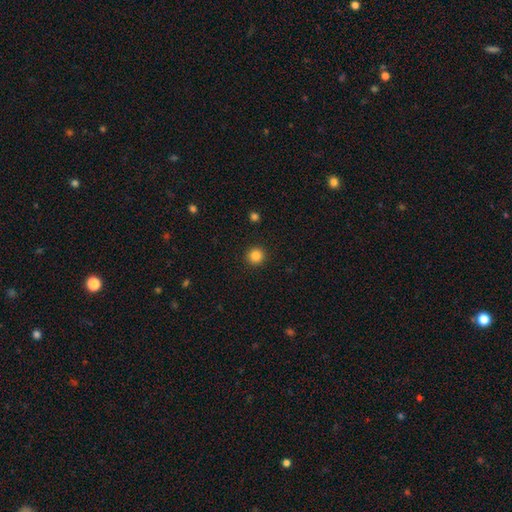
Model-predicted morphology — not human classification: Overall: smooth (84%). How rounded: round (95%). Merging: none (93%).